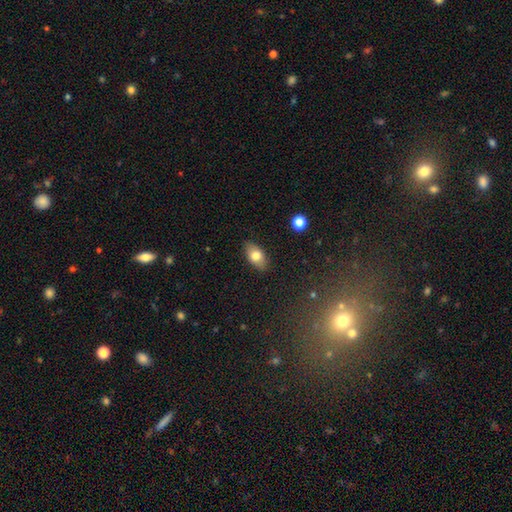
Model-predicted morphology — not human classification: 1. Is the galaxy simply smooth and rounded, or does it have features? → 77% smooth, 15% featured or disk, 7% star or artifact.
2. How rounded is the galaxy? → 90% in between, 6% round, 3% cigar-shaped.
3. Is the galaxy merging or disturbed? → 86% none, 10% minor disturbance, 2% major disturbance, 1% merger.